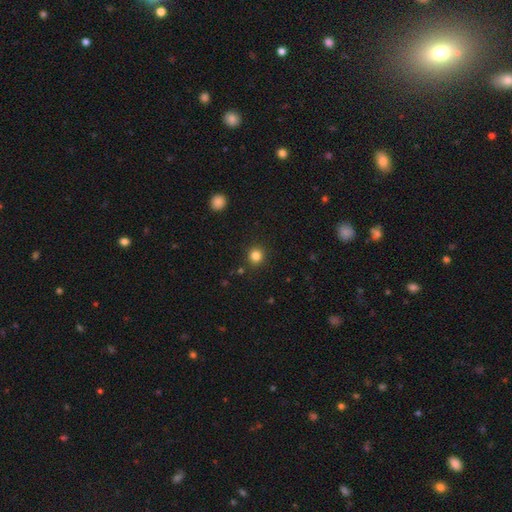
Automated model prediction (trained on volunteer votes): Morphology: type=smooth (83%); roundness=round (91%); merging=none (90%).